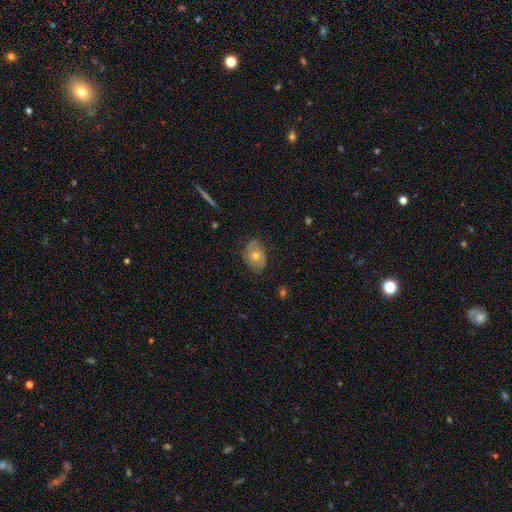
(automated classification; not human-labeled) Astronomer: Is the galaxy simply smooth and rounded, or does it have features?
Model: featured or disk — 57% (runner-up: smooth, 33%).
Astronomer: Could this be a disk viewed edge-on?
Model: no — 94%.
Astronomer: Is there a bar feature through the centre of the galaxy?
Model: no — 81%.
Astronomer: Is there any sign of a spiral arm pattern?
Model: yes — 71%.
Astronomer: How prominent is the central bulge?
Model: moderate — 67%.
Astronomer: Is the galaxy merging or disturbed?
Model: none — 71%.